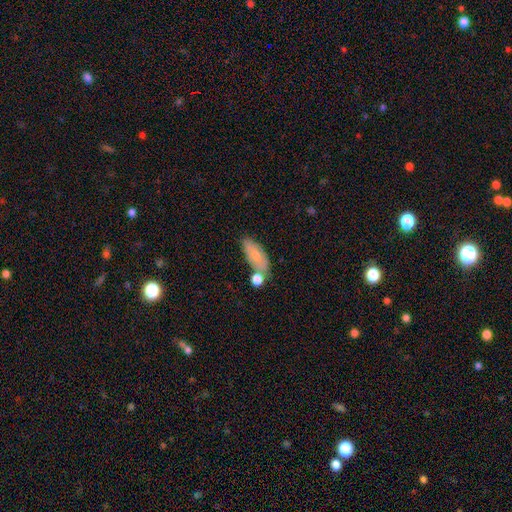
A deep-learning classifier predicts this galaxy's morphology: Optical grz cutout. It shows a smooth galaxy with no disk features (69%) that is in between round and cigar-shaped (84%). Merging: none (53%).